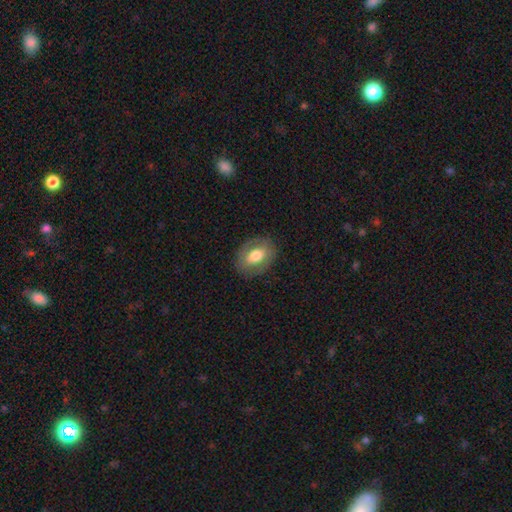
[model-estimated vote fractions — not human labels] This appears to be a smooth galaxy with no disk features (54%) that is in between round and cigar-shaped (76%). Merging: none (81%).